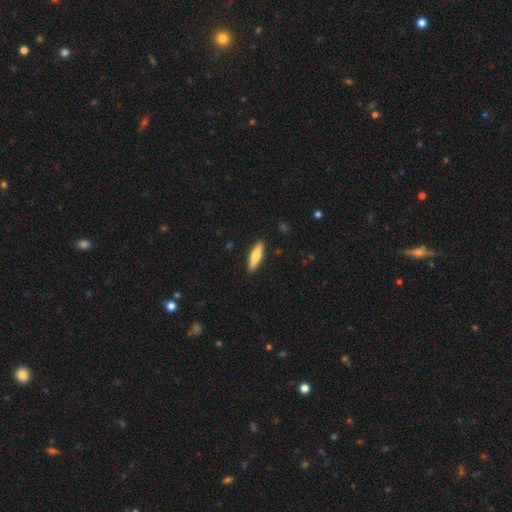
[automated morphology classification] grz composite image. It shows a smooth galaxy with no disk features (65%) that is cigar-shaped (71%). Merging: none (91%).